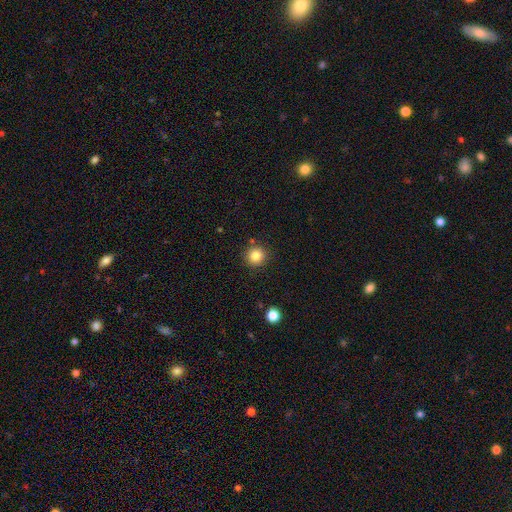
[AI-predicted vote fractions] This is clearly a smooth galaxy (84%). How rounded: clearly round (93%). Merging: clearly none (88%).